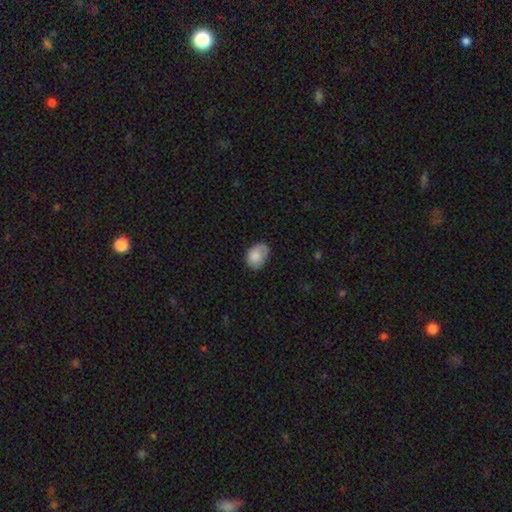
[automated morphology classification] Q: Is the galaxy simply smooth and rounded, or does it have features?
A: smooth — 82%.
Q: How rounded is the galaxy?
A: in between — 75%.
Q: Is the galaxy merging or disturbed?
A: none — 68%.